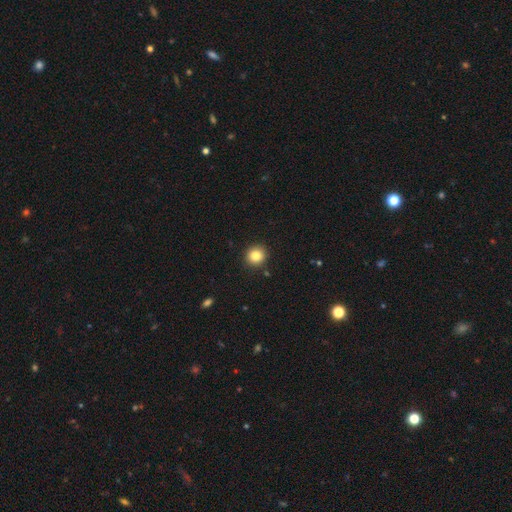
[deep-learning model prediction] Smooth or featured? Predicted: smooth (p=0.84). How rounded? Predicted: round (p=0.90). Merging? Predicted: none (p=0.90).